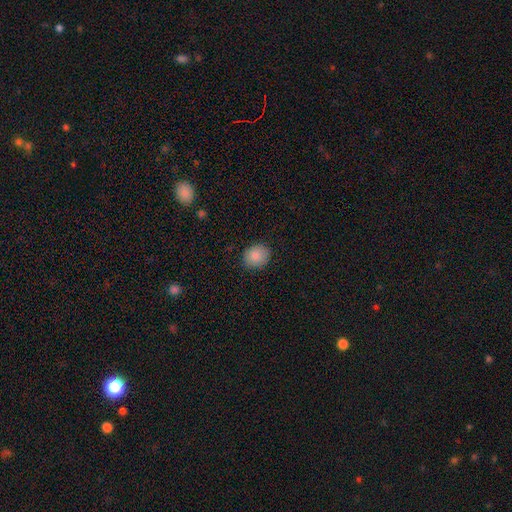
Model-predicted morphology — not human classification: Q: Smooth or featured?
A: smooth (87%); runner-up: star or artifact (8%)
Q: How rounded?
A: round (63%); runner-up: in between (36%)
Q: Merging?
A: none (88%); runner-up: minor disturbance (9%)